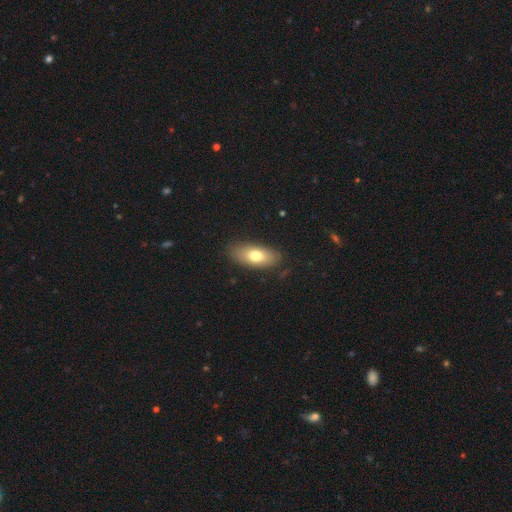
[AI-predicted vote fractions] This appears to be a smooth galaxy with no disk features (72%) that is in between round and cigar-shaped (84%). Merging: none (83%).